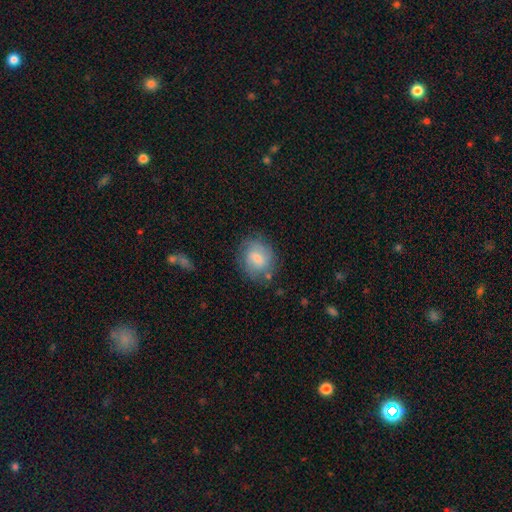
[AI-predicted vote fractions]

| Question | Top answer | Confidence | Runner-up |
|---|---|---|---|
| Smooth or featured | smooth | 62% | featured or disk (28%) |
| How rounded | round | 63% | in between (35%) |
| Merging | none | 75% | minor disturbance (18%) |